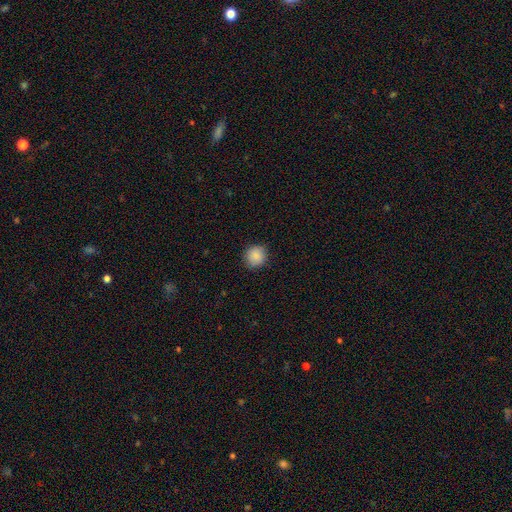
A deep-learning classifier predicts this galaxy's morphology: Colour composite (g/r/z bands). It shows a smooth galaxy with no disk features (88%) that is round (91%). Merging: none (88%).